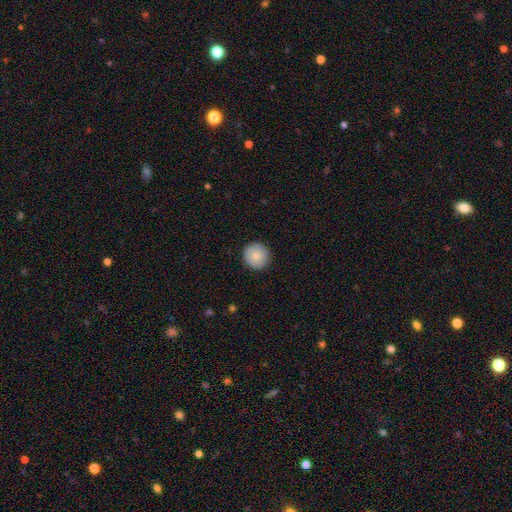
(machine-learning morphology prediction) This is clearly a smooth galaxy (83%). How rounded: clearly round (94%). Merging: clearly none (89%).